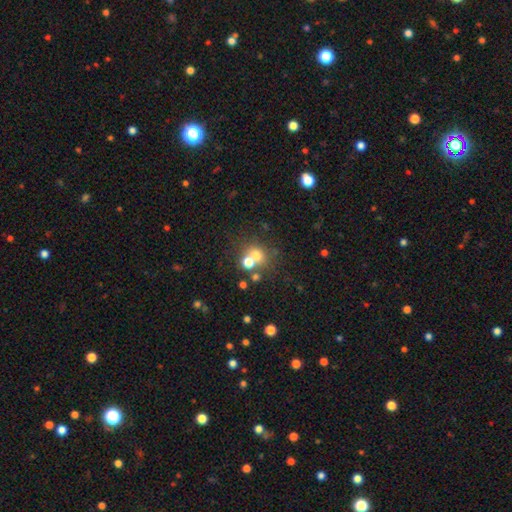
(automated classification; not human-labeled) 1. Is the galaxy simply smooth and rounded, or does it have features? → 66% smooth, 19% star or artifact, 15% featured or disk.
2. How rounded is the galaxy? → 76% round, 23% in between, 1% cigar-shaped.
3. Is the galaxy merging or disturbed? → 49% none, 37% merger, 9% minor disturbance, 5% major disturbance.